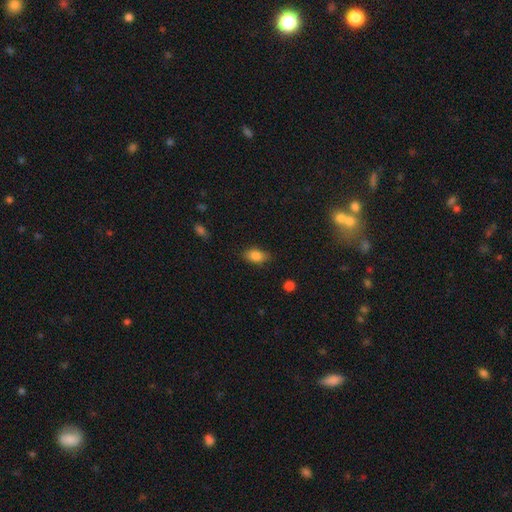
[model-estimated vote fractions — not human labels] smooth 83%, star or artifact 9%, featured or disk 9%. Down the decision tree: how rounded — in between (86%); merging — none (80%).